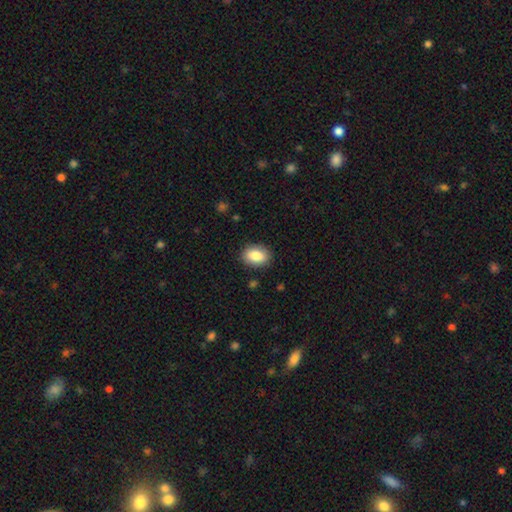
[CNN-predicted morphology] A smooth galaxy with no disk features (86%) that is in between round and cigar-shaped (79%). Merging: none (88%).